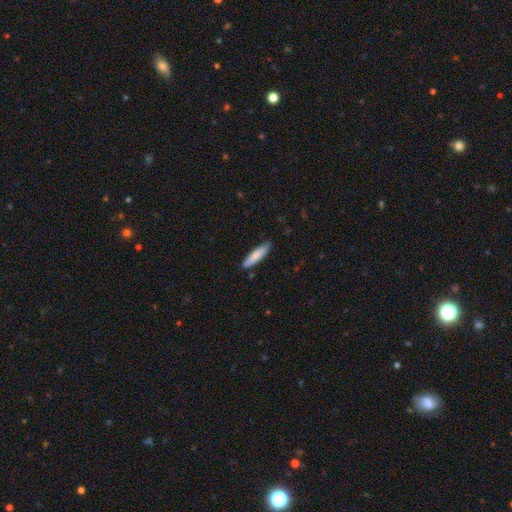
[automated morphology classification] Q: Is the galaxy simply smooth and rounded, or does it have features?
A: smooth — 79%.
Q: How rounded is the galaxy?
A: cigar-shaped — 81%.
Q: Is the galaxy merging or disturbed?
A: none — 86%.